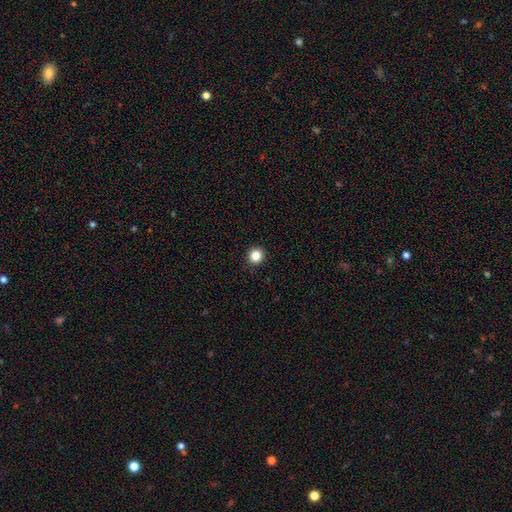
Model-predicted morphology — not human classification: Smooth or featured? Predicted: smooth (p=0.85). How rounded? Predicted: round (p=0.93). Merging? Predicted: none (p=0.93).